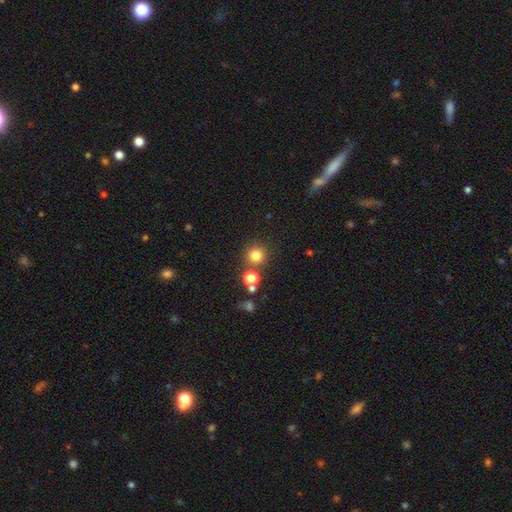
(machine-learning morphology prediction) A smooth galaxy with no disk features (79%) that is round (94%).

Vote fractions:
- Smooth or featured? smooth: 79% / star or artifact: 15% / featured or disk: 6%
- How rounded? round: 94% / in between: 5% / cigar-shaped: 1%
- Merging? none: 79% / merger: 10% / minor disturbance: 7% / major disturbance: 3%